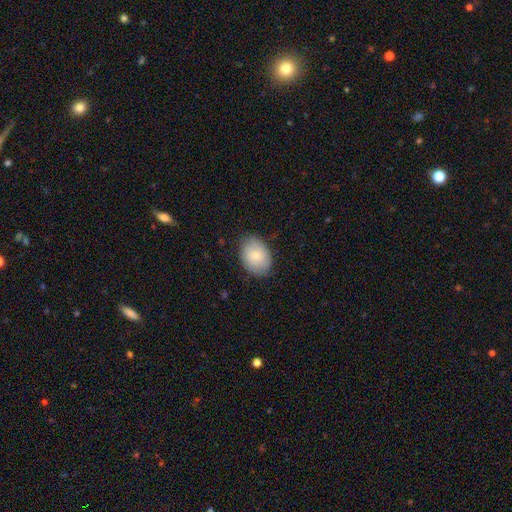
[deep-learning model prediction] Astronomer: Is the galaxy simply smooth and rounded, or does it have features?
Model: smooth — 71%.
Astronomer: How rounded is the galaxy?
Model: in between — 69%.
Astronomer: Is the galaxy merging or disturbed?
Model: none — 80%.